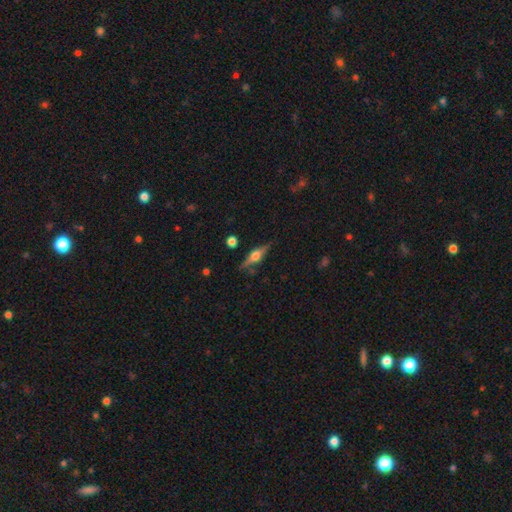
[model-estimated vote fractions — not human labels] A featured or disk galaxy (68%) viewed edge-on (96%) with a rounded central bulge (91%). Merging: none (83%).